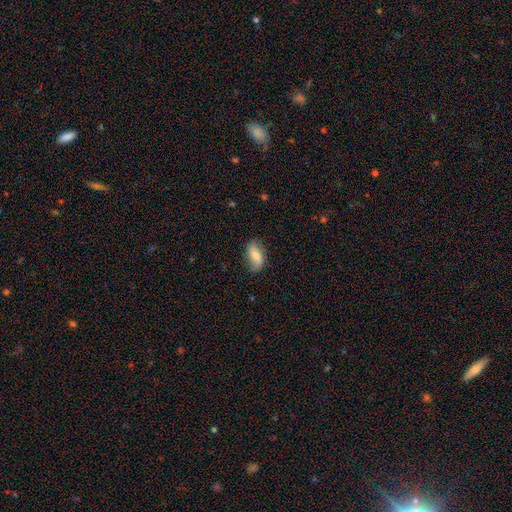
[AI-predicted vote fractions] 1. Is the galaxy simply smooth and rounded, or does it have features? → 62% smooth, 31% featured or disk, 7% star or artifact.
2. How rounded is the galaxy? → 89% in between, 5% cigar-shaped, 5% round.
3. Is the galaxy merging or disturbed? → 75% none, 19% minor disturbance, 5% major disturbance, 1% merger.